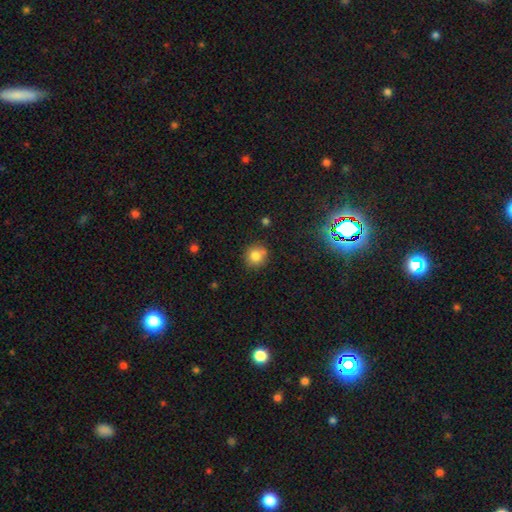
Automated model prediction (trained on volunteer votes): Smooth or featured: smooth — 82% (star or artifact — 11%)
How rounded: round — 87% (in between — 12%)
Merging: none — 73% (minor disturbance — 14%)